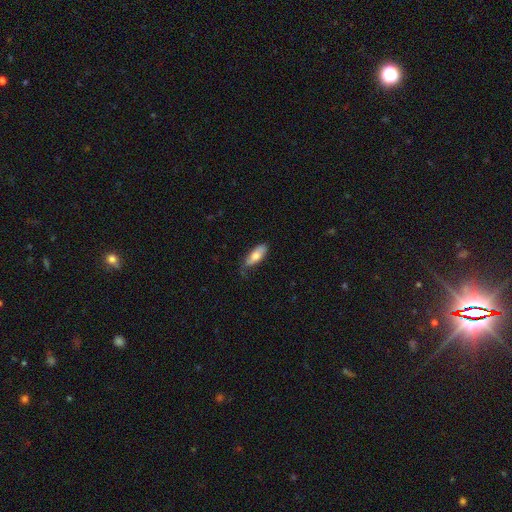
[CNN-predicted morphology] smooth 76%, featured or disk 18%, star or artifact 6%. Down the decision tree: how rounded — in between (72%); merging — none (61%).